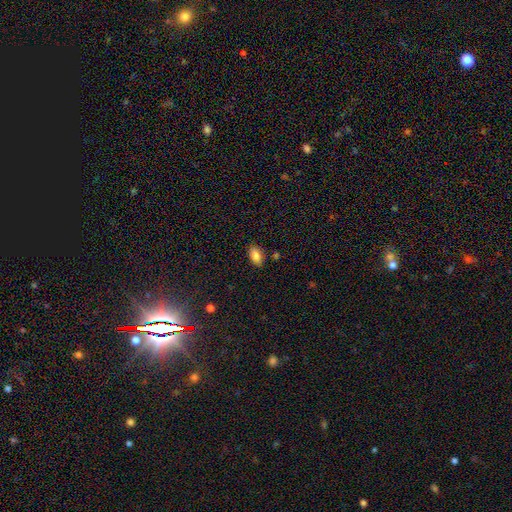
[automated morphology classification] Overall: smooth (83%). How rounded: in between (92%). Merging: none (85%).